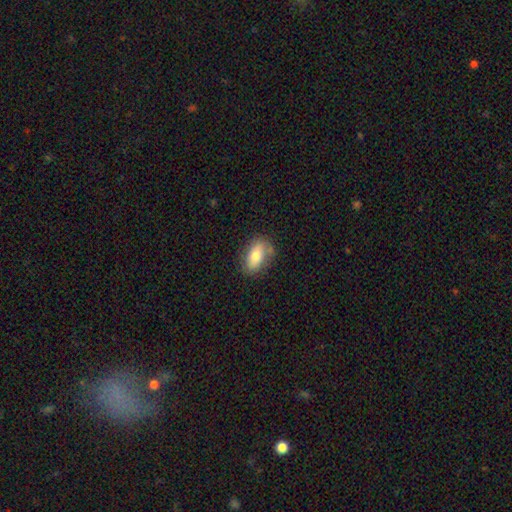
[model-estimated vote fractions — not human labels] This is likely a smooth galaxy (74%). How rounded: clearly in between (89%). Merging: likely none (74%).